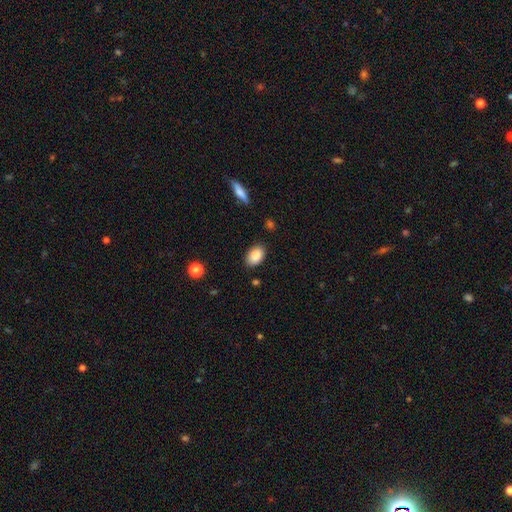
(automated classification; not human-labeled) Q: Smooth or featured?
A: smooth (88%); runner-up: star or artifact (7%)
Q: How rounded?
A: in between (90%); runner-up: round (9%)
Q: Merging?
A: none (86%); runner-up: minor disturbance (10%)